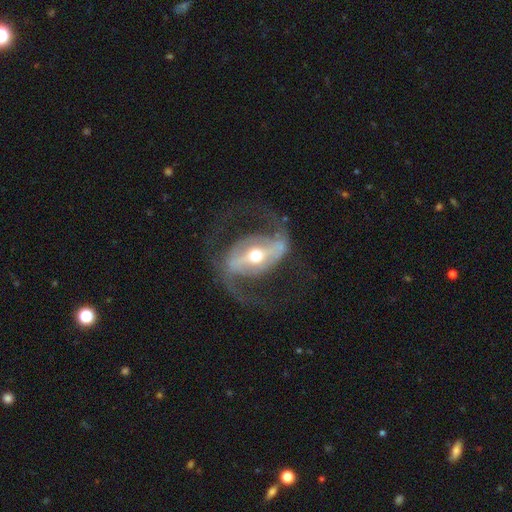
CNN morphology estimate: Smooth or featured?
  - featured or disk: 89% *
  - smooth: 6%
  - star or artifact: 4%
Edge-on disk?
  - no: 95% *
  - yes: 5%
Bar?
  - strong: 67% *
  - weak: 22%
  - no: 11%
Spiral arms?
  - yes: 90% *
  - no: 10%
Spiral winding?
  - loose: 45% *
  - medium: 43%
  - tight: 12%
Spiral arm count?
  - 2: 92% *
  - can't tell: 3%
  - 1: 2%
  - 3: 1%
  - 4: 1%
  - more than 4: 1%
Bulge size?
  - moderate: 72% *
  - small: 19%
  - large: 7%
  - dominant: 1%
  - none: 1%
Merging?
  - none: 68% *
  - major disturbance: 17%
  - minor disturbance: 13%
  - merger: 2%